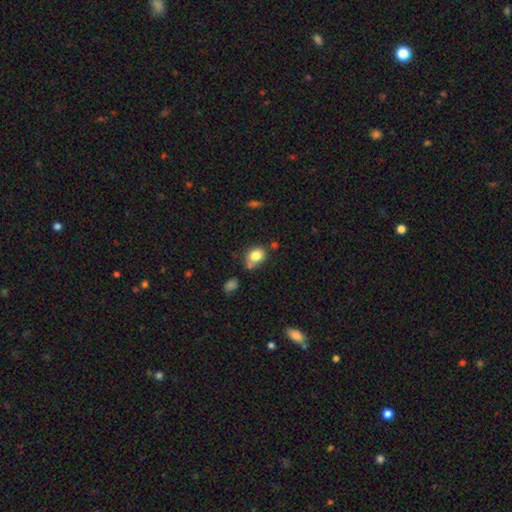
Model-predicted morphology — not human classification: This appears to be a smooth galaxy with no disk features (81%) that is in between round and cigar-shaped (50%). Merging: none (56%).